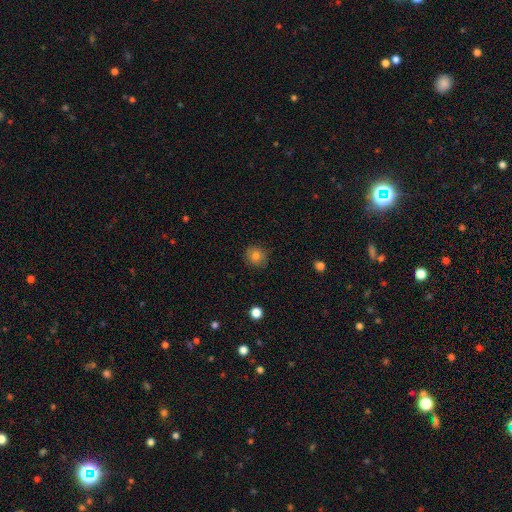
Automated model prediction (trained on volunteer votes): smooth 82%, star or artifact 11%, featured or disk 8%. Down the decision tree: how rounded — round (86%); merging — none (87%).